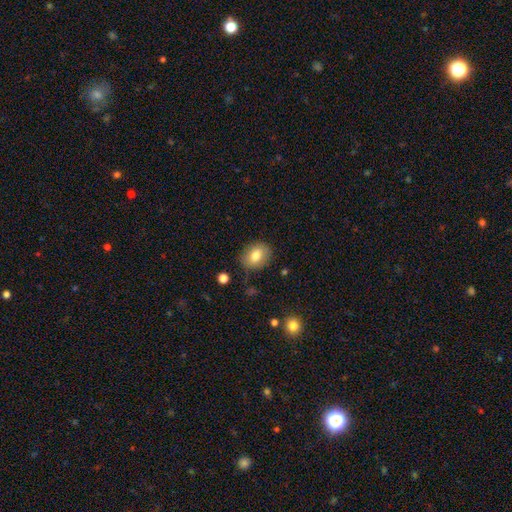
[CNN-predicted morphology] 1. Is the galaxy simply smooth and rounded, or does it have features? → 79% smooth, 12% featured or disk, 9% star or artifact.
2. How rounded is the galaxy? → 56% in between, 42% round, 1% cigar-shaped.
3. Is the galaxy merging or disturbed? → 82% none, 13% minor disturbance, 3% major disturbance, 2% merger.